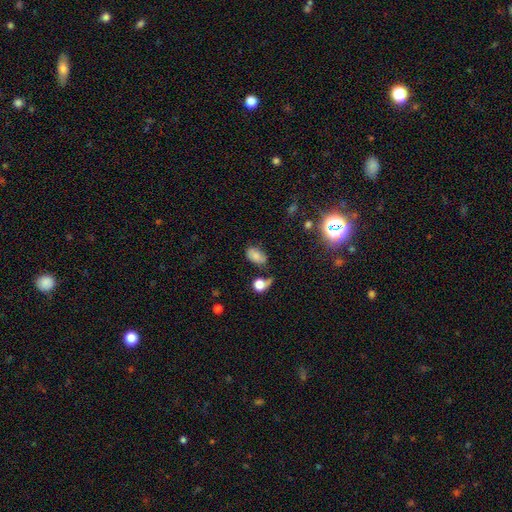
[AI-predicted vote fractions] Overall: smooth (74%). How rounded: in between (90%). Merging: none (57%; minor disturbance 23%).